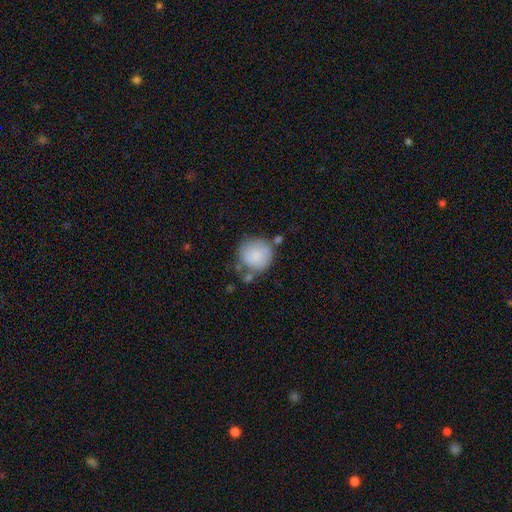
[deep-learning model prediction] Morphology: type=smooth (81%); roundness=round (87%); merging=none (53%).